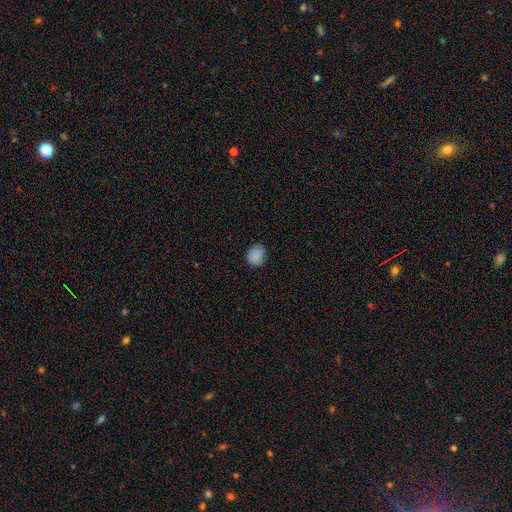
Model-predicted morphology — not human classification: type=smooth (87%); roundness=round (71%); merging=none (83%).